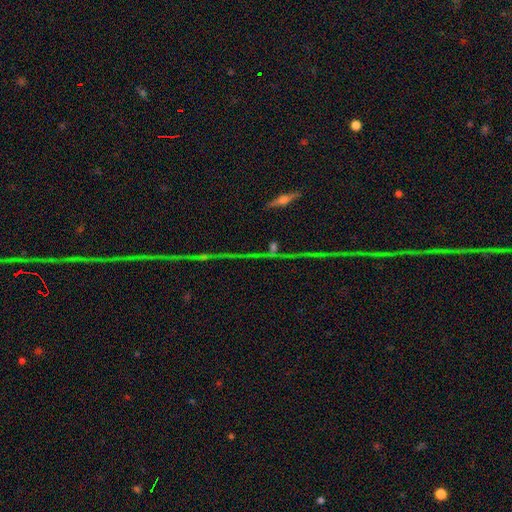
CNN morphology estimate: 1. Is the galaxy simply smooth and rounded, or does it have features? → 76% star or artifact, 14% featured or disk, 9% smooth.